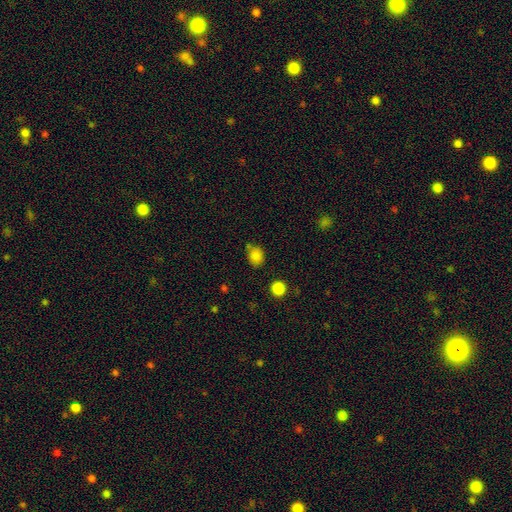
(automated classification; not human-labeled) This is clearly a smooth galaxy (83%). How rounded: likely round (61%). Merging: likely none (69%).